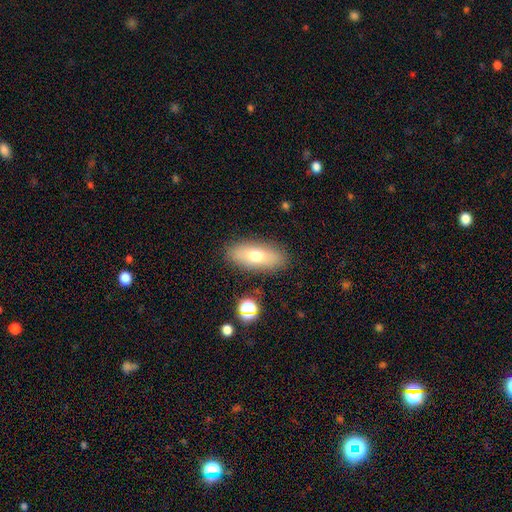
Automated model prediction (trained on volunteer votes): Smooth or featured?
  - smooth: 71% *
  - featured or disk: 21%
  - star or artifact: 8%
How rounded?
  - in between: 79% *
  - cigar-shaped: 16%
  - round: 4%
Merging?
  - none: 86% *
  - minor disturbance: 9%
  - major disturbance: 3%
  - merger: 2%